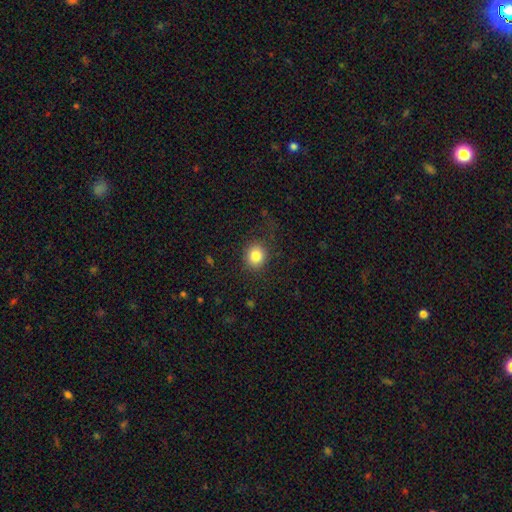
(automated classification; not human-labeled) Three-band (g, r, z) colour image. It shows a smooth galaxy with no disk features (84%) that is round (81%). Merging: none (85%).